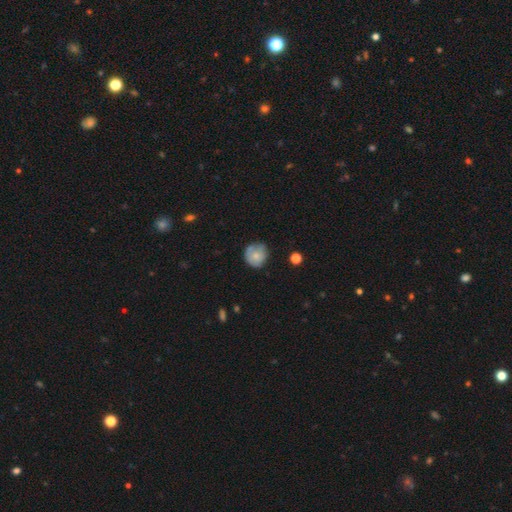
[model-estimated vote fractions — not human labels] The model was most divided on "merging": none: 63%, minor disturbance: 28%, major disturbance: 7%, merger: 3%. More confident: how rounded — round (86%); smooth or featured — smooth (66%).